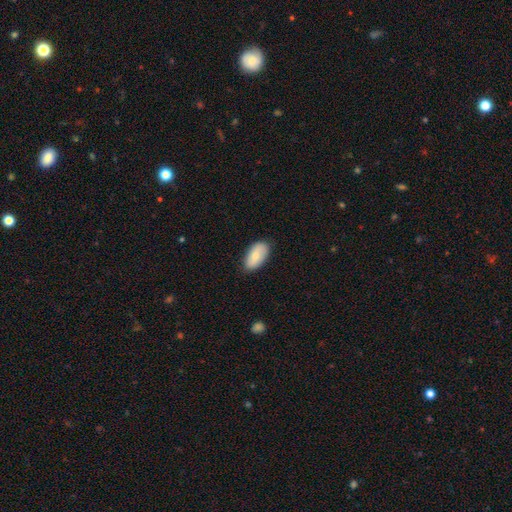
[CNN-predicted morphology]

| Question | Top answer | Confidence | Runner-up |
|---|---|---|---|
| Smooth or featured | smooth | 73% | featured or disk (21%) |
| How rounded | in between | 94% | round (4%) |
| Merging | none | 82% | minor disturbance (15%) |